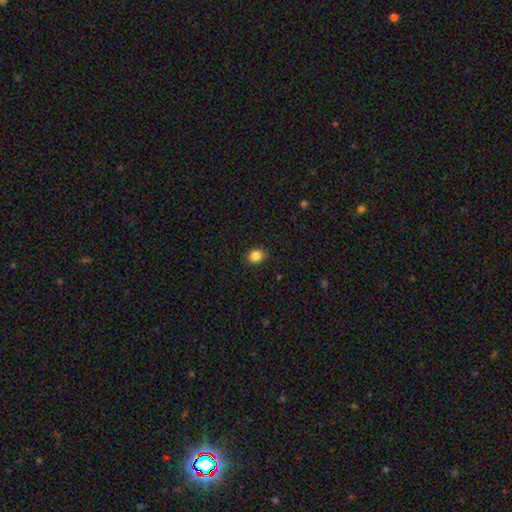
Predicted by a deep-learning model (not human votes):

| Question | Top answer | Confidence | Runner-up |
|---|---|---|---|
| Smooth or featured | smooth | 86% | star or artifact (10%) |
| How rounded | round | 55% | in between (44%) |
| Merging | none | 89% | minor disturbance (8%) |